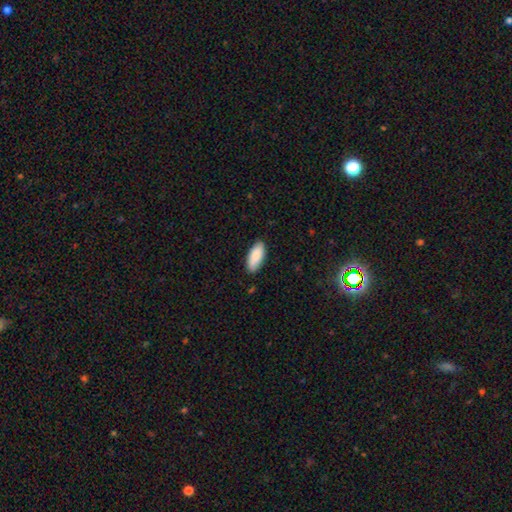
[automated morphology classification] Smooth or featured?
  - smooth: 87% *
  - featured or disk: 8%
  - star or artifact: 6%
How rounded?
  - in between: 83% *
  - cigar-shaped: 16%
  - round: 2%
Merging?
  - none: 85% *
  - minor disturbance: 11%
  - major disturbance: 2%
  - merger: 1%